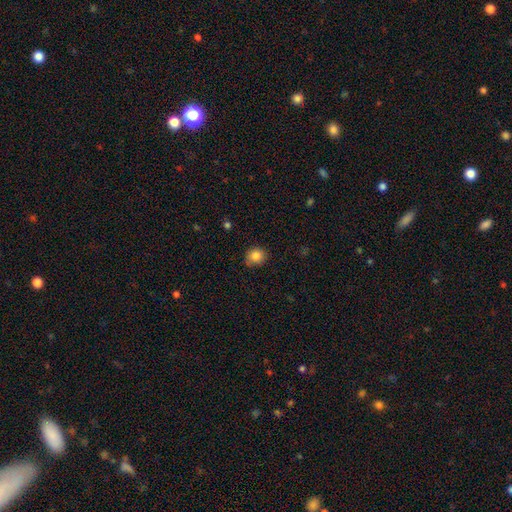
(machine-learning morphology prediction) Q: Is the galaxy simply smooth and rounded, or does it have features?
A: smooth — 85%.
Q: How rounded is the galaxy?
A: round — 85%.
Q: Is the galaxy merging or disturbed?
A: none — 81%.